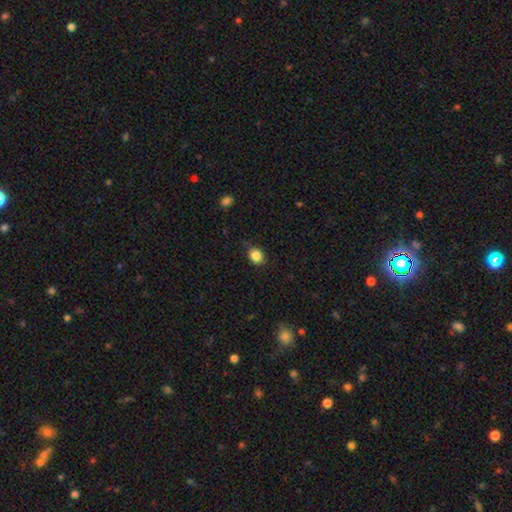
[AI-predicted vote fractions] Q: Smooth or featured?
A: smooth (85%); runner-up: star or artifact (10%)
Q: How rounded?
A: round (59%); runner-up: in between (40%)
Q: Merging?
A: none (79%); runner-up: minor disturbance (17%)